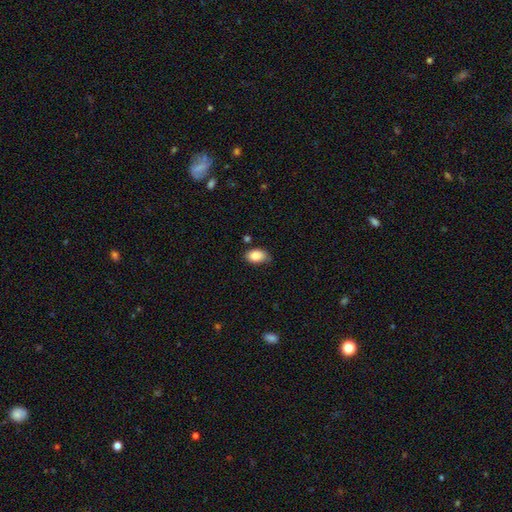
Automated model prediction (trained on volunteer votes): Smooth or featured? Predicted: smooth (p=0.86). How rounded? Predicted: in between (p=0.89). Merging? Predicted: none (p=0.68).